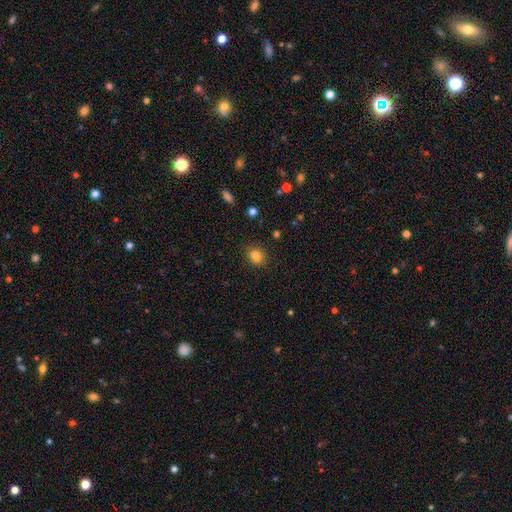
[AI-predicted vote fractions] Overall: smooth (83%). How rounded: round (64%; in between 35%). Merging: none (87%).